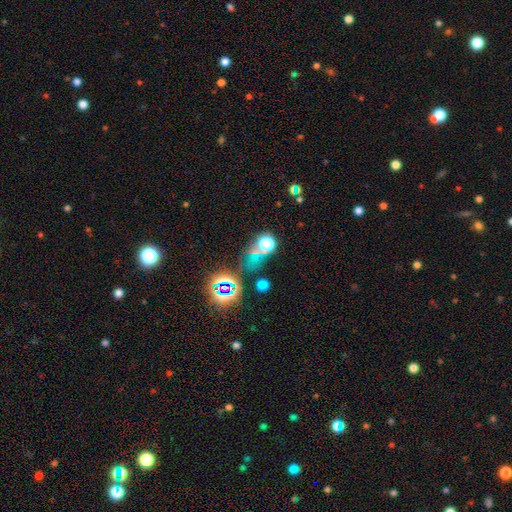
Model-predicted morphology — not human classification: A star or artifact, not a galaxy (55%).

Vote fractions:
- Smooth or featured? star or artifact: 55% / smooth: 35% / featured or disk: 10%